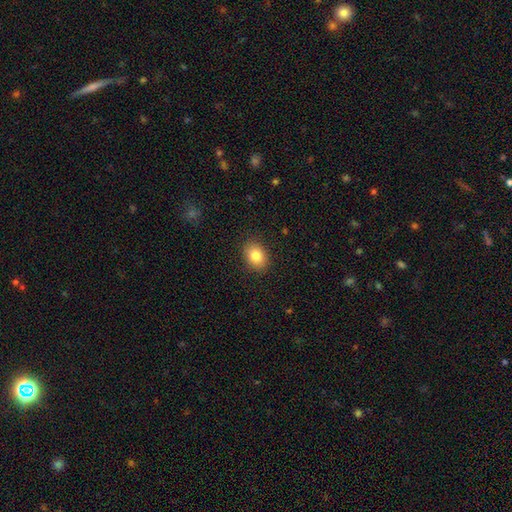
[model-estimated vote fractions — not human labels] A smooth galaxy with no disk features (84%) that is in between round and cigar-shaped (67%). Merging: none (89%).